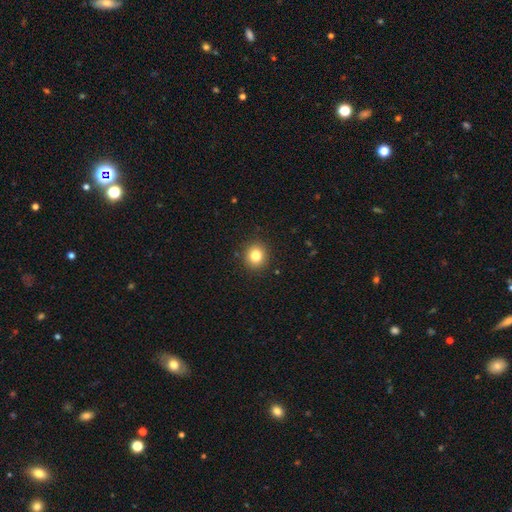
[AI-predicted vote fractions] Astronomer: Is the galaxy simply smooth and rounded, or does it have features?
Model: smooth — 82%.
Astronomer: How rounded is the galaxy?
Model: round — 86%.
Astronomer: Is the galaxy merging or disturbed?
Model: none — 91%.